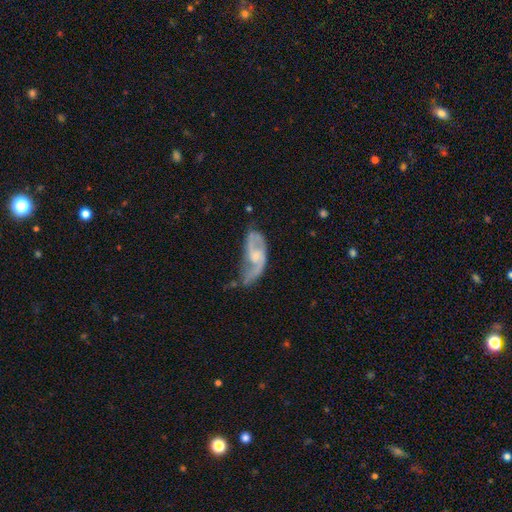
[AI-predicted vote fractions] This appears to be a featured or disk galaxy (77%) with no bar (52%), 2 (78%) medium (45%) spiral arms (90%) and a small central bulge (43%). Merging: none (42%).